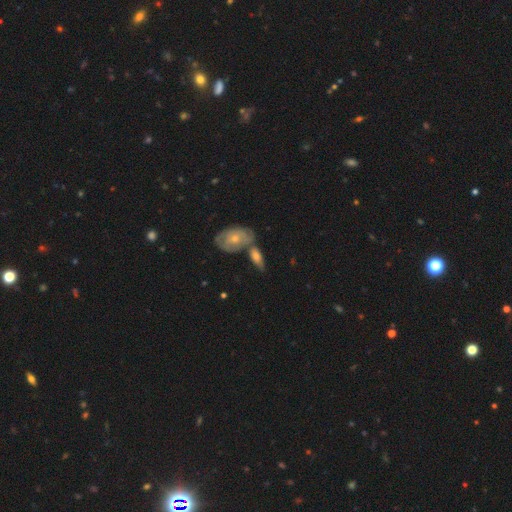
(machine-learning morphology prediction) Smooth or featured? Predicted: smooth (p=0.47). Merging? Predicted: none (p=0.49).